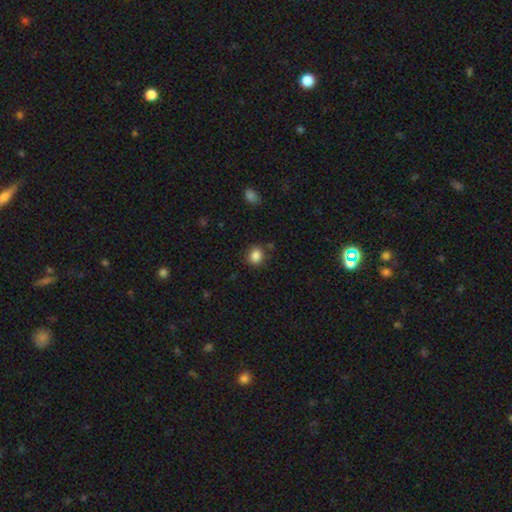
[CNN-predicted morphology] A smooth galaxy with no disk features (86%) that is round (70%).

Vote fractions:
- Smooth or featured? smooth: 86% / star or artifact: 10% / featured or disk: 4%
- How rounded? round: 70% / in between: 29% / cigar-shaped: 1%
- Merging? none: 82% / minor disturbance: 12% / major disturbance: 3% / merger: 3%